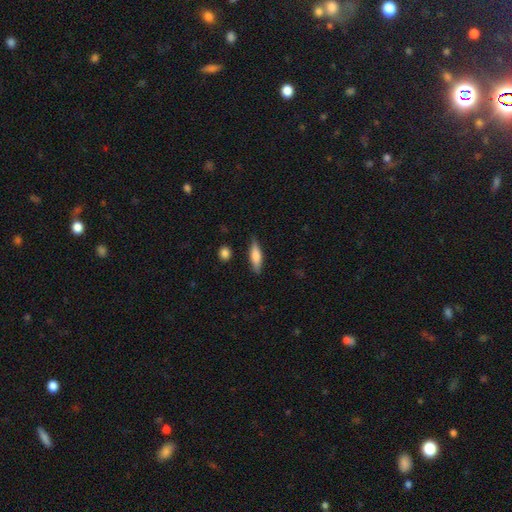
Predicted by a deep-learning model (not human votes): A smooth galaxy with no disk features (69%) that is cigar-shaped (60%).

Vote fractions:
- Smooth or featured? smooth: 69% / featured or disk: 25% / star or artifact: 6%
- How rounded? cigar-shaped: 60% / in between: 38% / round: 2%
- Merging? none: 83% / minor disturbance: 12% / major disturbance: 3% / merger: 2%